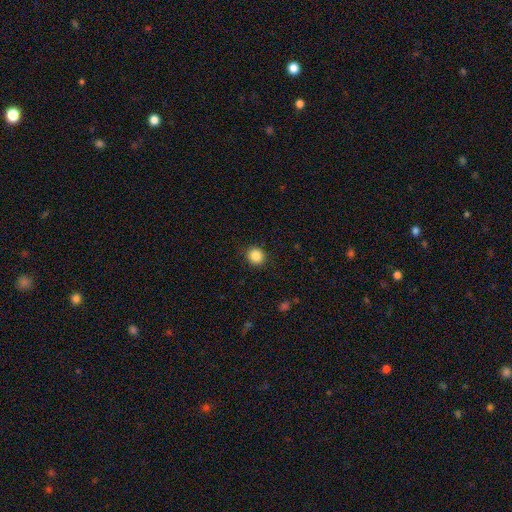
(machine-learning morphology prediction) Smooth or featured? Predicted: smooth (p=0.87). How rounded? Predicted: round (p=0.89). Merging? Predicted: none (p=0.90).